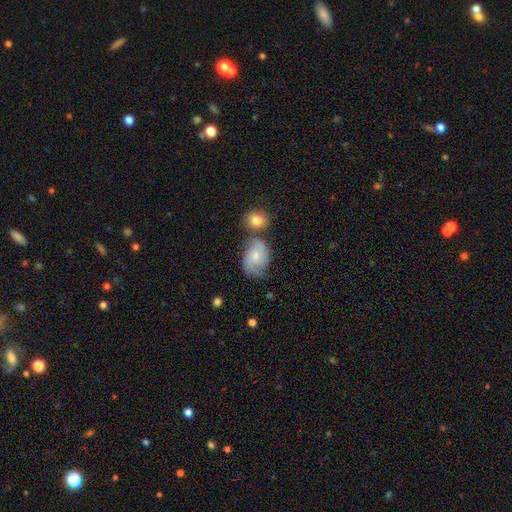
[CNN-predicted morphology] A smooth galaxy with no disk features (49%). Merging: none (44%).